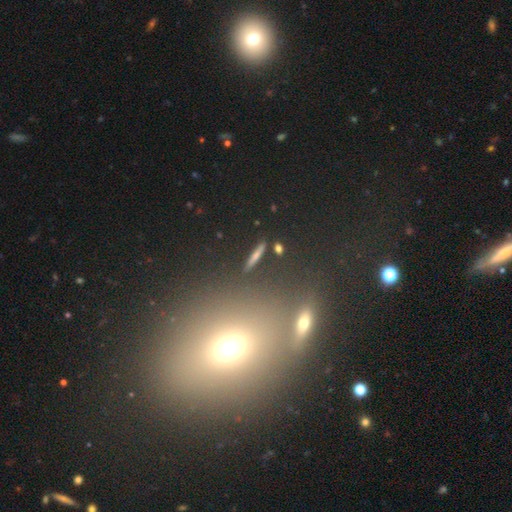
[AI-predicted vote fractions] Smooth or featured? smooth (54%)
How rounded? cigar-shaped (81%)
Merging? none (88%)